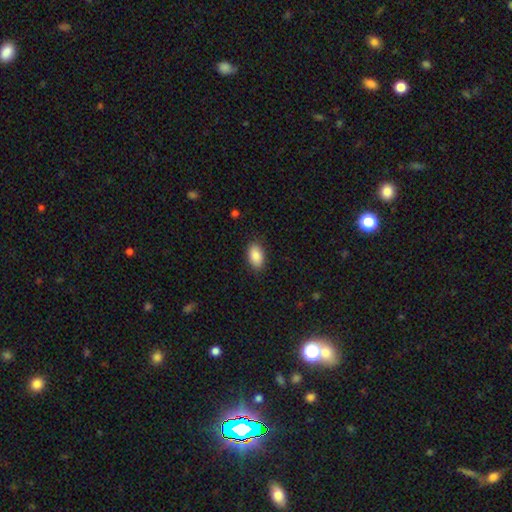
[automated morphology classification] Q: Smooth or featured?
A: smooth (89%); runner-up: star or artifact (7%)
Q: How rounded?
A: in between (92%); runner-up: round (6%)
Q: Merging?
A: none (87%); runner-up: minor disturbance (10%)